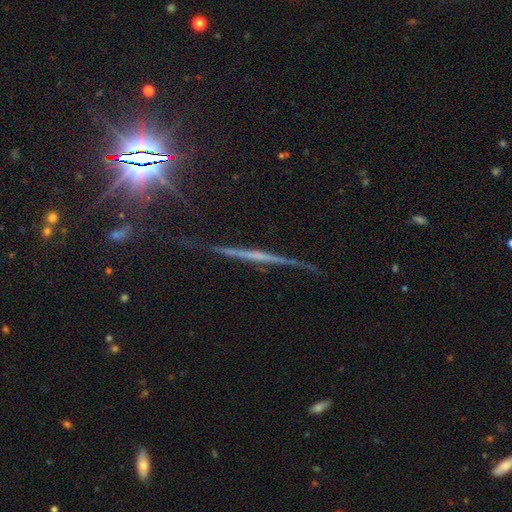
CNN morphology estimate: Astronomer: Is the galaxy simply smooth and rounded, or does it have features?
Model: featured or disk — 65%.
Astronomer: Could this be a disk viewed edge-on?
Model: yes — 95%.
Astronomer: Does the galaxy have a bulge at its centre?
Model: none — 62%.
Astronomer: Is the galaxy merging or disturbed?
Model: none — 80%.